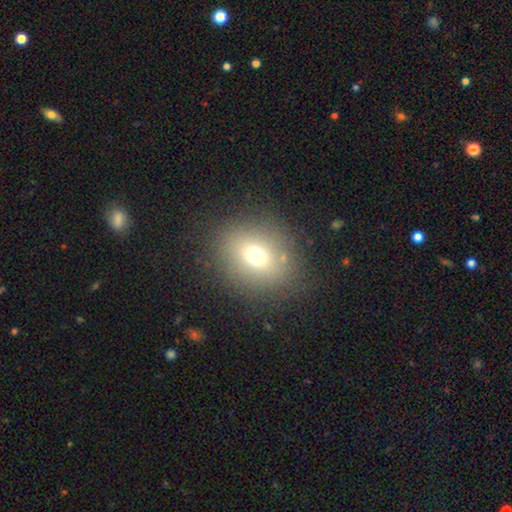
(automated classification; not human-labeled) A smooth galaxy with no disk features (69%) that is round (62%). Merging: none (82%).